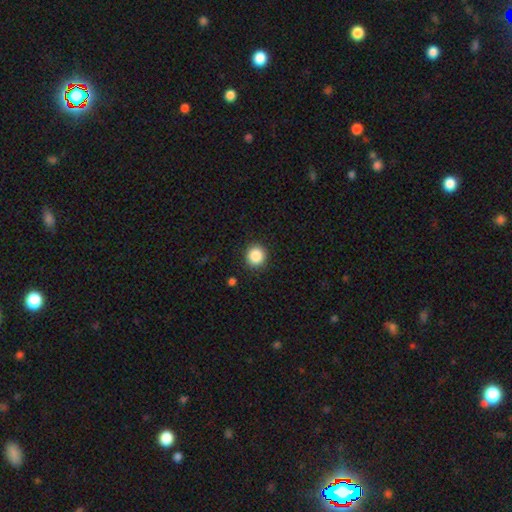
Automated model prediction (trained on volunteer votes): Smooth or featured?
  - smooth: 87% *
  - star or artifact: 9%
  - featured or disk: 4%
How rounded?
  - round: 91% *
  - in between: 8%
  - cigar-shaped: 1%
Merging?
  - none: 91% *
  - minor disturbance: 6%
  - major disturbance: 2%
  - merger: 1%